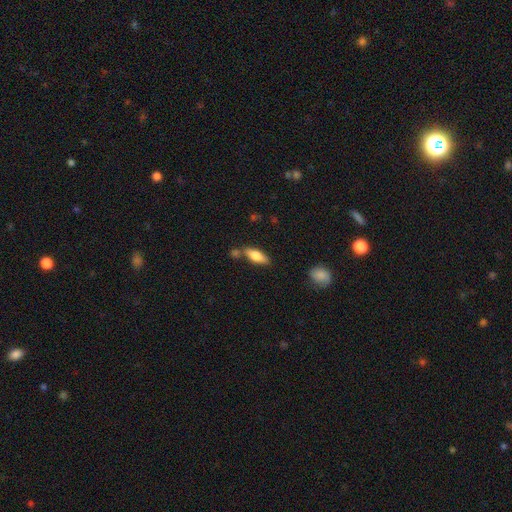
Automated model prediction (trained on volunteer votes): smooth 73%, featured or disk 20%, star or artifact 6%. Down the decision tree: how rounded — in between (70%); merging — none (69%).